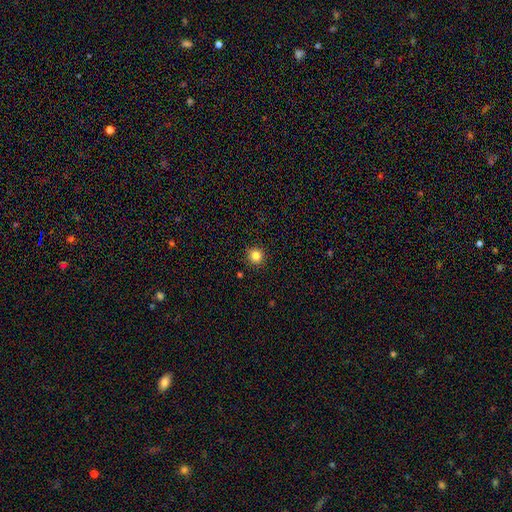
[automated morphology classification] smooth 84%, star or artifact 12%, featured or disk 5%. Down the decision tree: how rounded — round (94%); merging — none (92%).